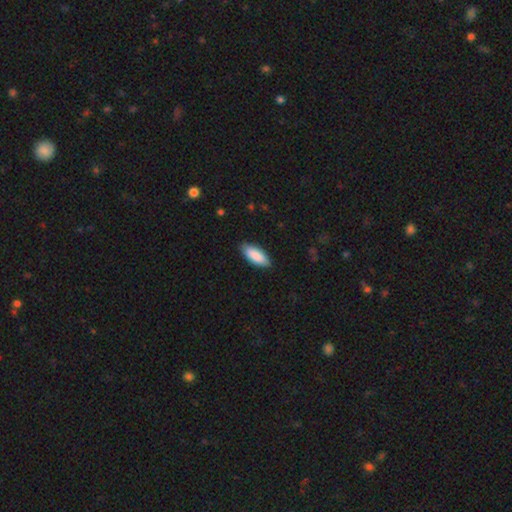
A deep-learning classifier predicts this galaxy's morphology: Smooth or featured? Predicted: smooth (p=0.89). How rounded? Predicted: in between (p=0.82). Merging? Predicted: none (p=0.85).